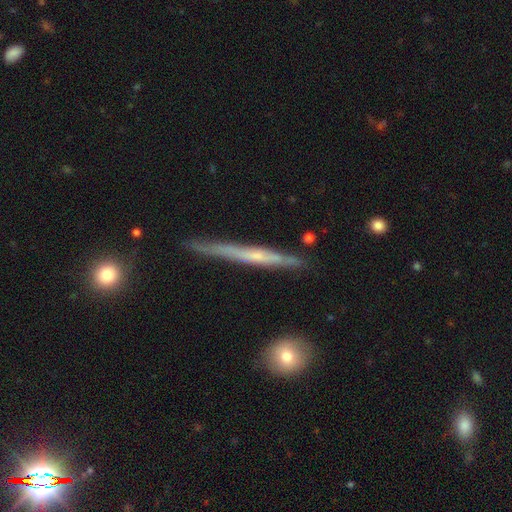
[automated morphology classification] This appears to be a featured or disk galaxy (66%) viewed edge-on (96%) with no central bulge (65%). Merging: none (78%).